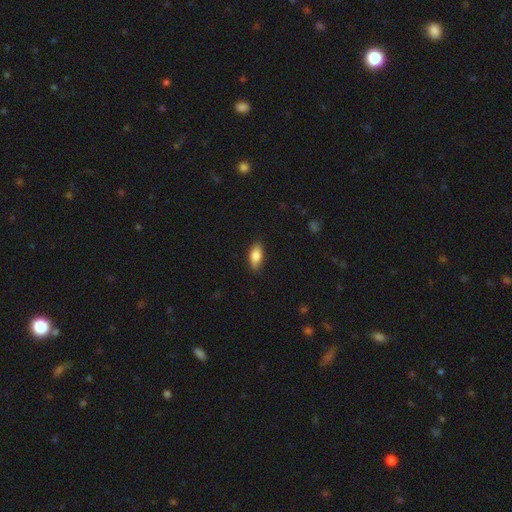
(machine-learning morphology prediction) A smooth galaxy with no disk features (84%) that is in between round and cigar-shaped (86%). Merging: none (82%).